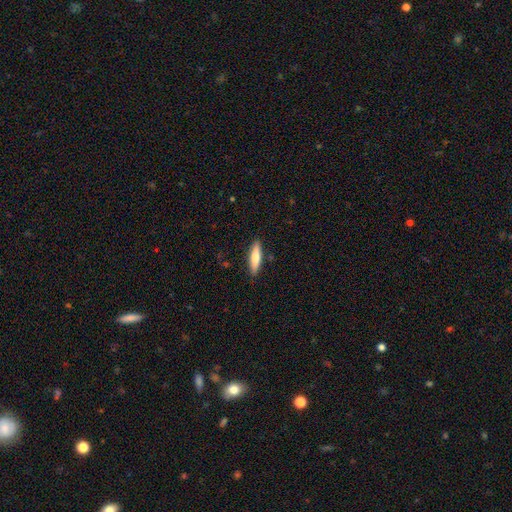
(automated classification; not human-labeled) smooth-or-featured: smooth: 64% | featured or disk: 30% | star or artifact: 6%
  how-rounded: cigar-shaped: 75% | in between: 23% | round: 2%
  merging: none: 88% | minor disturbance: 9% | major disturbance: 2% | merger: 1%